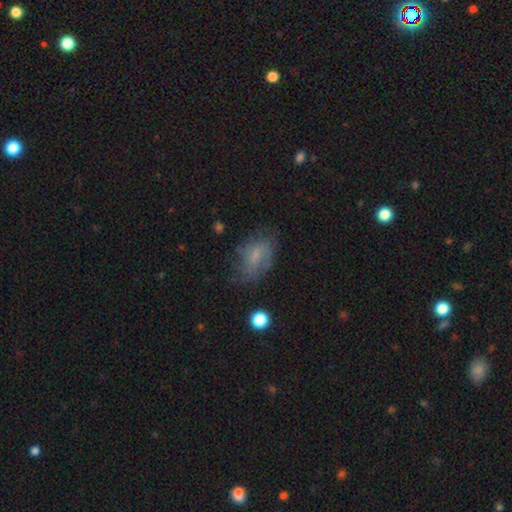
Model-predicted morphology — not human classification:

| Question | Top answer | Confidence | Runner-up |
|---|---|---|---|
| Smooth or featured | smooth | 53% | featured or disk (36%) |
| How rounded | in between | 80% | round (18%) |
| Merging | none | 52% | minor disturbance (29%) |